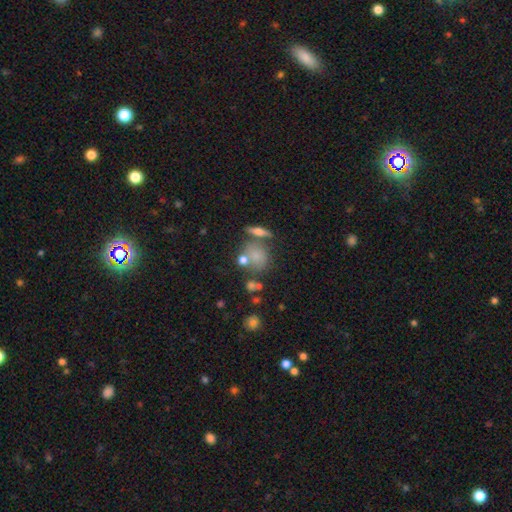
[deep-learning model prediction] A smooth galaxy with no disk features (67%) that is round (66%). Merging: none (52%).